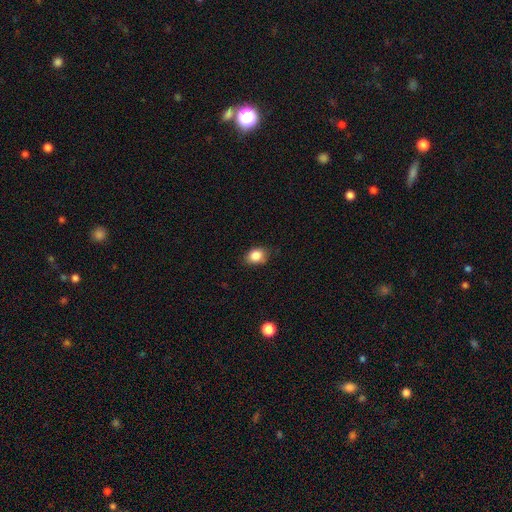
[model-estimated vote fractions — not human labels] Q: Smooth or featured?
A: smooth (86%); runner-up: star or artifact (9%)
Q: How rounded?
A: in between (55%); runner-up: round (44%)
Q: Merging?
A: none (79%); runner-up: minor disturbance (17%)